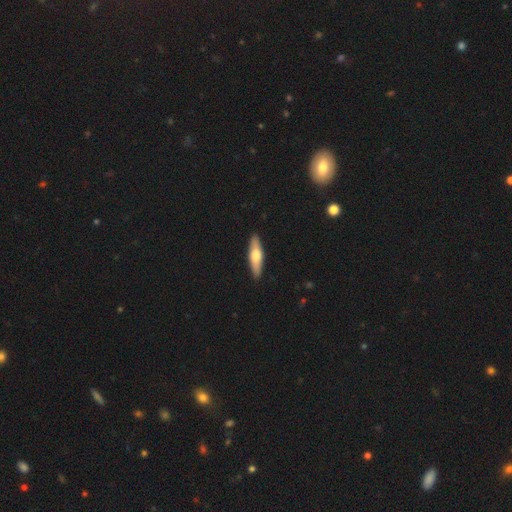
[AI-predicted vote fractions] A smooth galaxy with no disk features (52%) that is cigar-shaped (68%). Merging: none (91%).